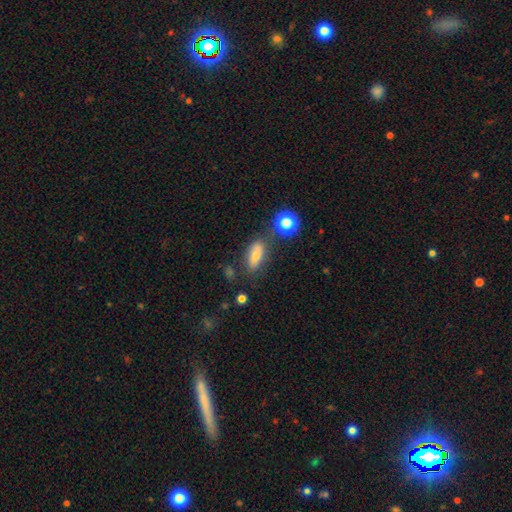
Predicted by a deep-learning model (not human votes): Q: Smooth or featured?
A: smooth (71%); runner-up: featured or disk (18%)
Q: How rounded?
A: in between (77%); runner-up: cigar-shaped (16%)
Q: Merging?
A: none (70%); runner-up: minor disturbance (17%)